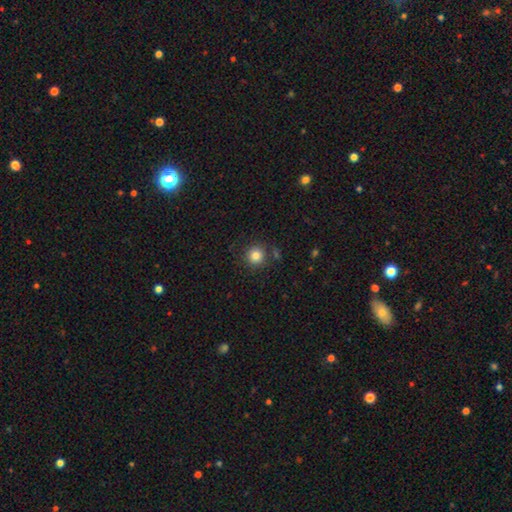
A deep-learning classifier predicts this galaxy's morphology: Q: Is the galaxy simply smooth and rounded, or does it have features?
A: smooth — 82%.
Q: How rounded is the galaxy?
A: round — 94%.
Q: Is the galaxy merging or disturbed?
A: none — 84%.